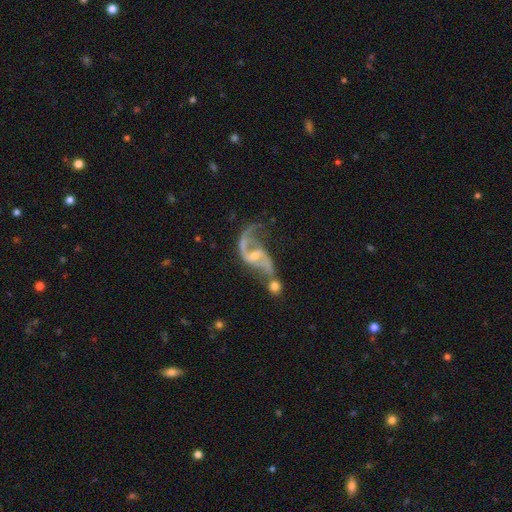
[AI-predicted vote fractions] Overall: featured or disk (87%). Edge-on disk: no (96%). Bar: weak (46%; no 37%). Spiral arms: yes (93%). Spiral arm count: 2 (82%). Spiral winding: loose (75%). Bulge size: small (55%; moderate 34%). Merging: merger (35%; none 31%).